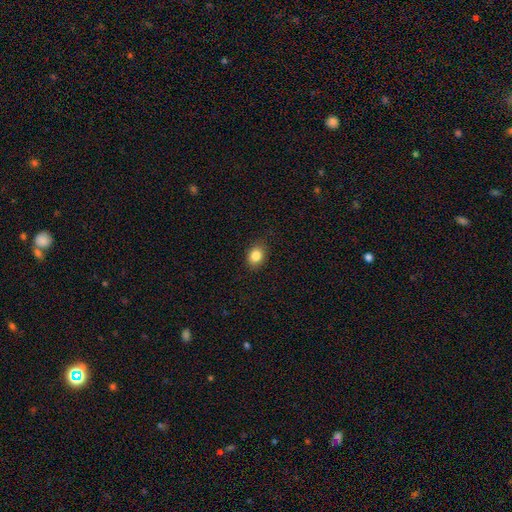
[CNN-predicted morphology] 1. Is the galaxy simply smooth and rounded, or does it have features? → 85% smooth, 10% star or artifact, 5% featured or disk.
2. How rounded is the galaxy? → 56% in between, 43% round, 1% cigar-shaped.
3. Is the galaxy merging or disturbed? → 86% none, 10% minor disturbance, 2% major disturbance, 1% merger.